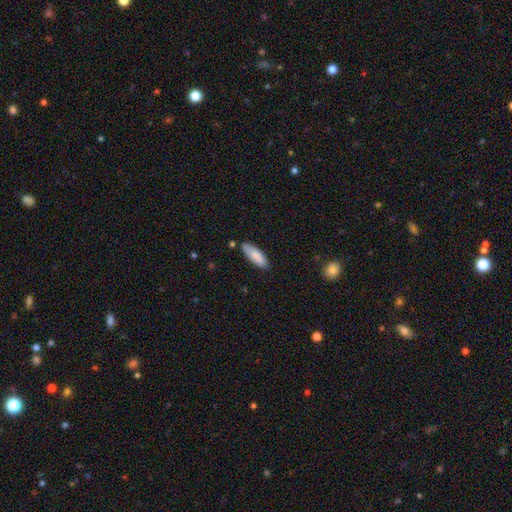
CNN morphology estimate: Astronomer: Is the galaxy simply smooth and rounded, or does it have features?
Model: smooth — 86%.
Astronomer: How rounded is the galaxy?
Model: in between — 58% (runner-up: cigar-shaped, 41%).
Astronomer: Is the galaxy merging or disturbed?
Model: none — 81%.